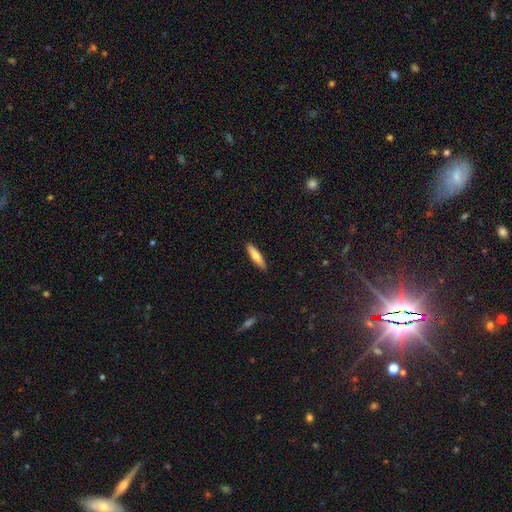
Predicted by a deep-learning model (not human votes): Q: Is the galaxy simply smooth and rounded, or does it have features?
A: smooth — 69%.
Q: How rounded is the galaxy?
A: cigar-shaped — 79%.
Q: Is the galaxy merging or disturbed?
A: none — 90%.